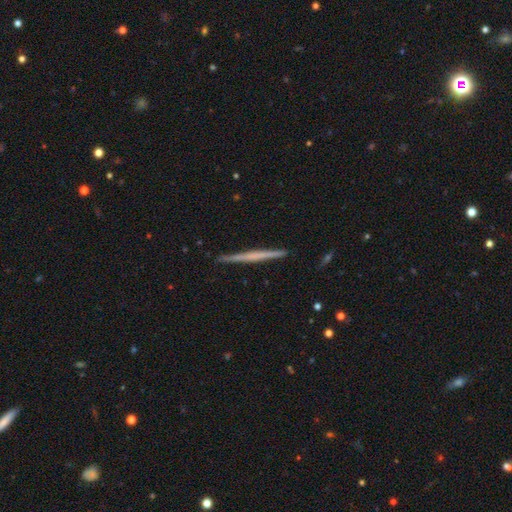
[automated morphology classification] Smooth or featured?
  - featured or disk: 61% *
  - smooth: 34%
  - star or artifact: 6%
Edge-on disk?
  - yes: 98% *
  - no: 2%
Edge-on bulge?
  - none: 82% *
  - rounded: 13%
  - boxy: 6%
Merging?
  - none: 91% *
  - minor disturbance: 6%
  - major disturbance: 1%
  - merger: 1%